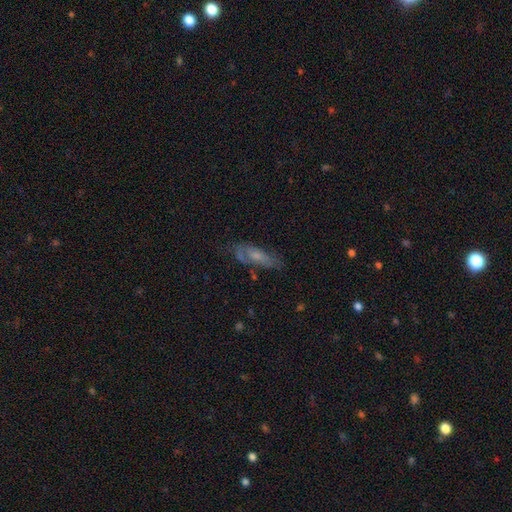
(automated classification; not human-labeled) This is possibly a featured or disk galaxy (48%). Merging: likely none (63%).